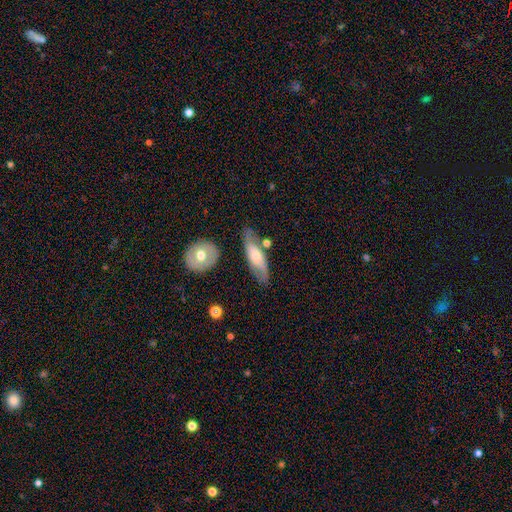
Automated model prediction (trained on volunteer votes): featured or disk 49%, smooth 45%, star or artifact 6%. Down the decision tree: merging — none (66%).